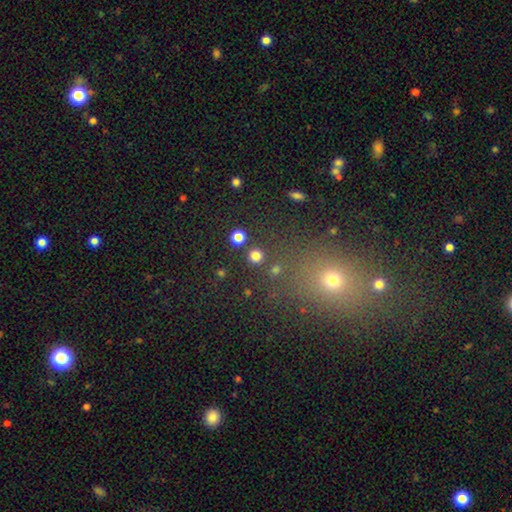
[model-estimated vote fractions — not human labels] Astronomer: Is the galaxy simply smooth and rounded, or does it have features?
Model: smooth — 80%.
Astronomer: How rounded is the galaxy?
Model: round — 94%.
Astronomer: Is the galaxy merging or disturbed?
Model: none — 86%.